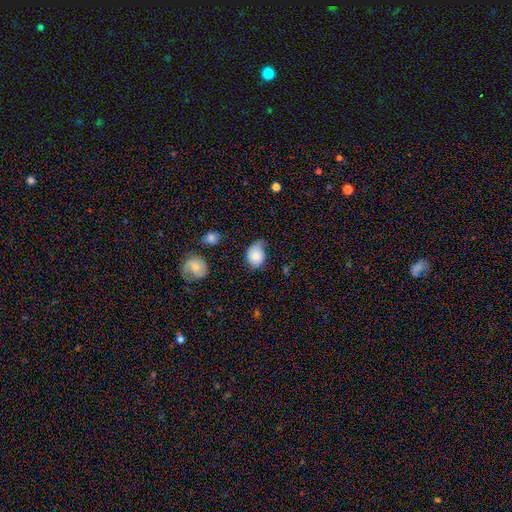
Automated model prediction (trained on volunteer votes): This is likely a smooth galaxy (76%). How rounded: likely in between (63%). Merging: marginally minor disturbance (43%).